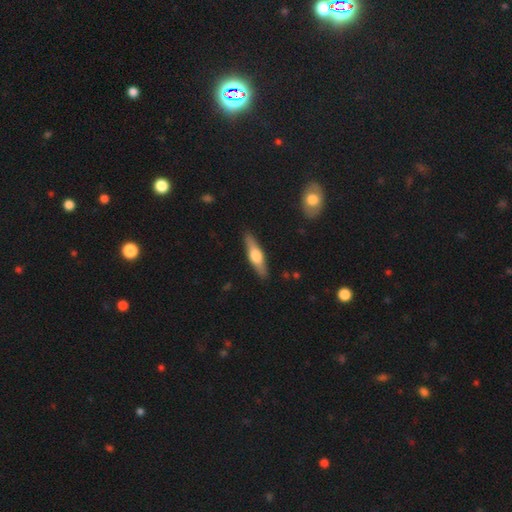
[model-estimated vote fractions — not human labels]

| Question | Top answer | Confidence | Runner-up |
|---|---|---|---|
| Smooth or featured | featured or disk | 56% | smooth (39%) |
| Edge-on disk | yes | 93% | no (7%) |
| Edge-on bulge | rounded | 92% | boxy (5%) |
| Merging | none | 89% | minor disturbance (8%) |